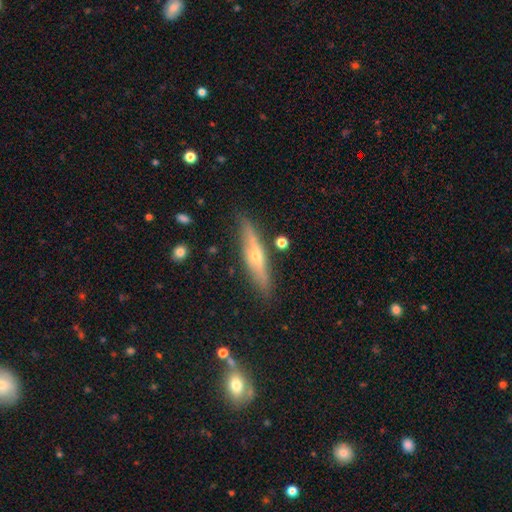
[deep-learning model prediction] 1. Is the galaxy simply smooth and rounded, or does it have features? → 66% featured or disk, 27% smooth, 7% star or artifact.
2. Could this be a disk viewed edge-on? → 93% yes, 7% no.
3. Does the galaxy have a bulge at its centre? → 84% rounded, 12% none, 4% boxy.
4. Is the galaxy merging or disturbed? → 86% none, 10% minor disturbance, 2% major disturbance, 2% merger.